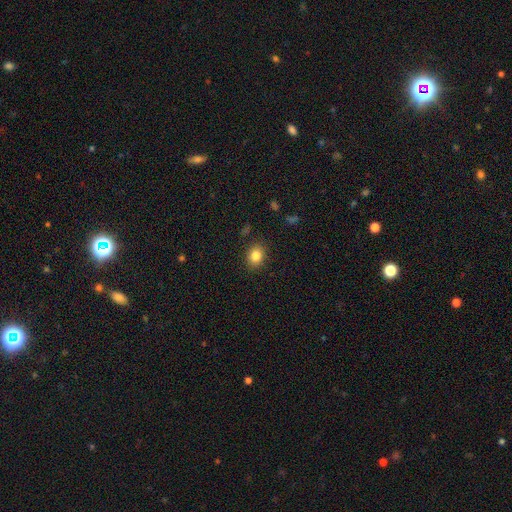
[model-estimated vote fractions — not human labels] A smooth galaxy with no disk features (84%) that is in between round and cigar-shaped (53%). Merging: none (88%).